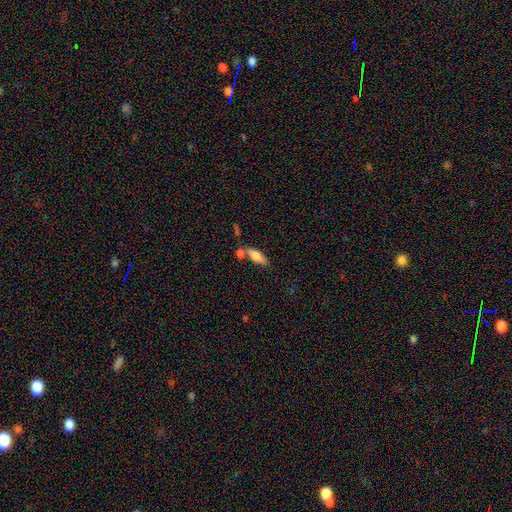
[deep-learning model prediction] Overall: smooth (77%). How rounded: in between (68%; cigar-shaped 29%). Merging: none (52%; merger 29%).